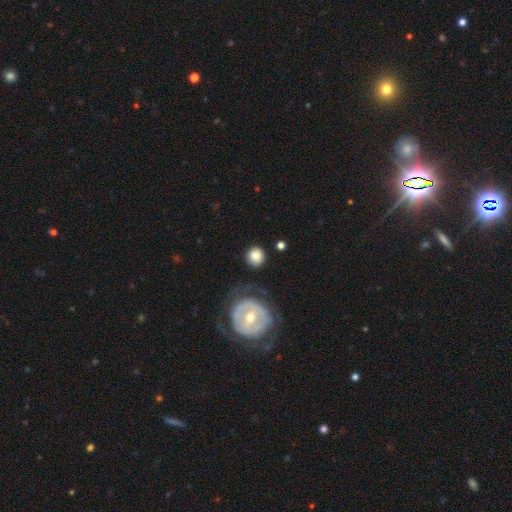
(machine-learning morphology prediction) Smooth or featured? smooth (78%)
How rounded? round (88%)
Merging? none (75%)